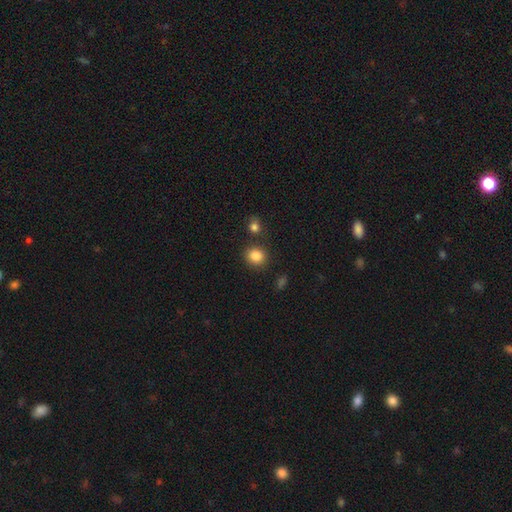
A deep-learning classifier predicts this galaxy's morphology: smooth_or_featured: smooth (p=0.85) [alt: star or artifact p=0.10]
how_rounded: round (p=0.80) [alt: in between p=0.19]
merging: none (p=0.82) [alt: minor disturbance p=0.08]